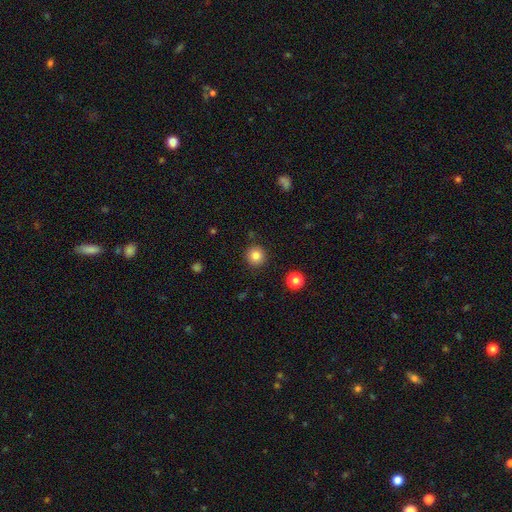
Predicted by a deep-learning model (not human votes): The model was most divided on "smooth or featured": smooth: 83%, star or artifact: 11%, featured or disk: 6%. More confident: how rounded — round (95%); merging — none (90%).